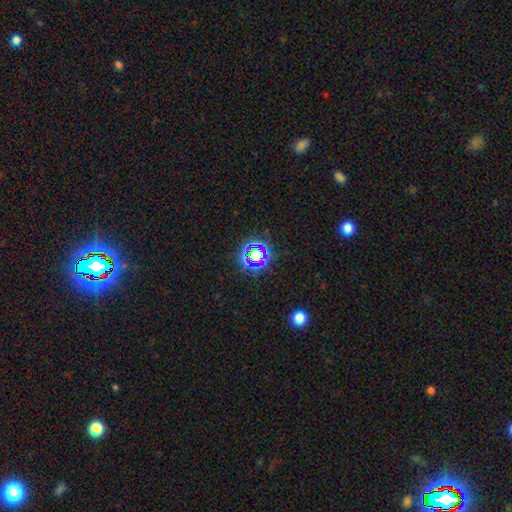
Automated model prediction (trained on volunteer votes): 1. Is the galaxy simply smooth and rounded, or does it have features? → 67% star or artifact, 22% smooth, 11% featured or disk.